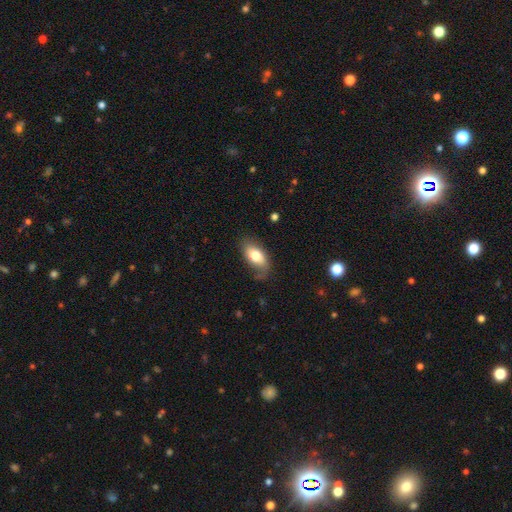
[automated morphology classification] smooth 72%, featured or disk 21%, star or artifact 7%. Down the decision tree: how rounded — in between (91%); merging — none (60%).